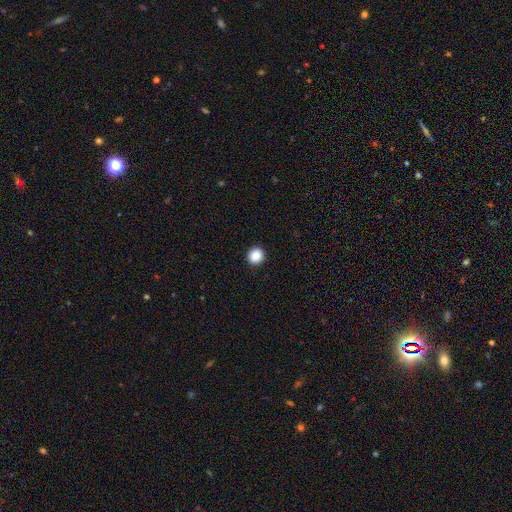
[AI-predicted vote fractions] A smooth galaxy with no disk features (88%) that is round (90%). Merging: none (93%).